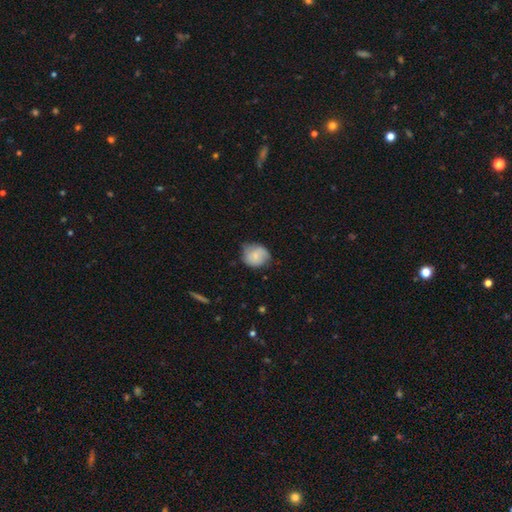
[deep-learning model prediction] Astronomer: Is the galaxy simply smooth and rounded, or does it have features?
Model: smooth — 71%.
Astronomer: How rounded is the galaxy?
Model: round — 73%.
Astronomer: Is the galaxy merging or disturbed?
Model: none — 59%.